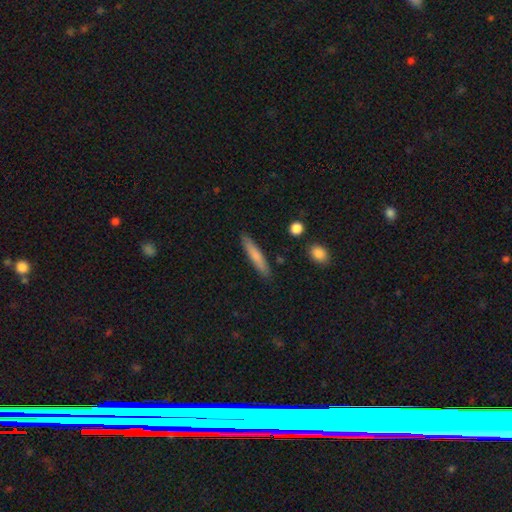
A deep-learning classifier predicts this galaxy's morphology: This is likely a smooth galaxy (75%). How rounded: clearly cigar-shaped (91%). Merging: clearly none (88%).